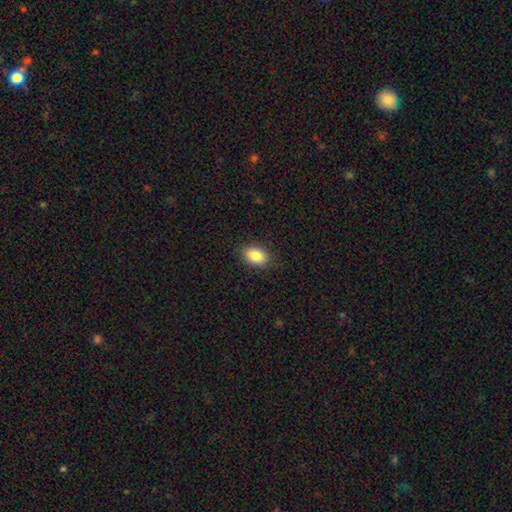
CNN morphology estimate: Smooth or featured?
  - smooth: 86% *
  - star or artifact: 8%
  - featured or disk: 6%
How rounded?
  - in between: 86% *
  - round: 12%
  - cigar-shaped: 1%
Merging?
  - none: 87% *
  - minor disturbance: 10%
  - major disturbance: 3%
  - merger: 1%